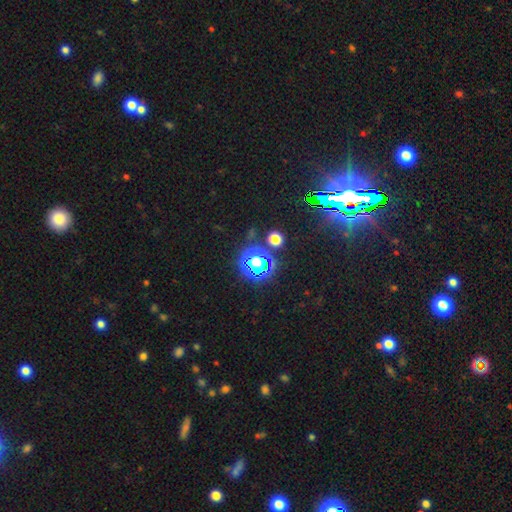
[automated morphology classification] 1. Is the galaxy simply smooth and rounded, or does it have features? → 81% star or artifact, 12% smooth, 7% featured or disk.